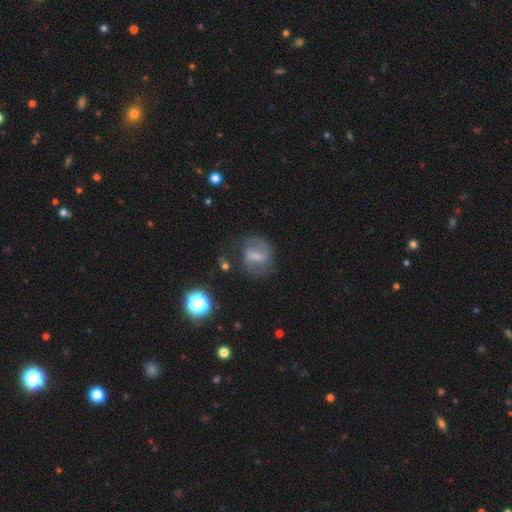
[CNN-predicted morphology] Smooth or featured? Predicted: featured or disk (p=0.53). Edge-on disk? Predicted: no (p=0.95). Bar? Predicted: weak (p=0.44). Spiral arms? Predicted: yes (p=0.72). Bulge size? Predicted: none (p=0.34). Merging? Predicted: none (p=0.60).